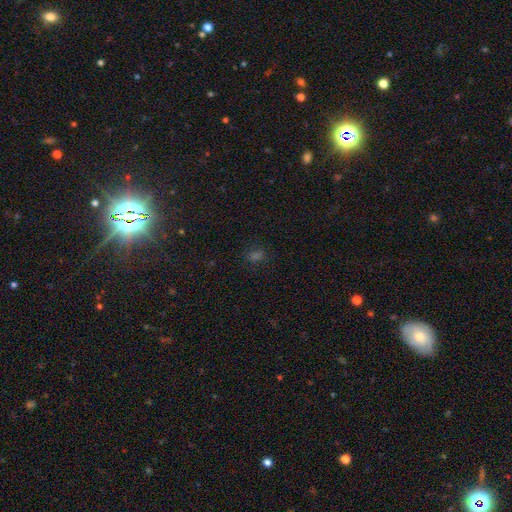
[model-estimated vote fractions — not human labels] Smooth or featured?
  - smooth: 47% *
  - star or artifact: 43%
  - featured or disk: 9%
Merging?
  - none: 81% *
  - minor disturbance: 12%
  - major disturbance: 5%
  - merger: 2%